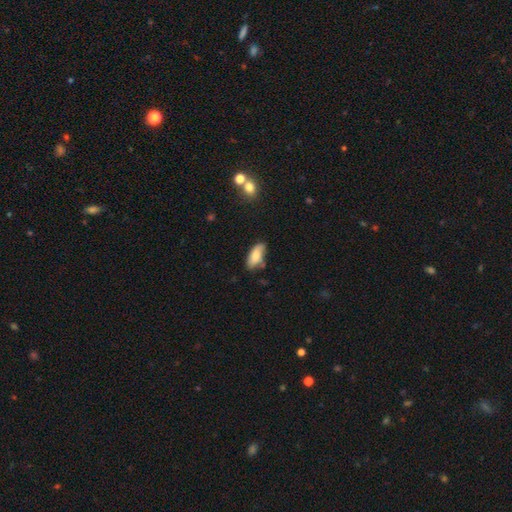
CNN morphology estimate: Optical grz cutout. It shows a smooth galaxy with no disk features (78%) that is in between round and cigar-shaped (82%). Merging: none (61%).